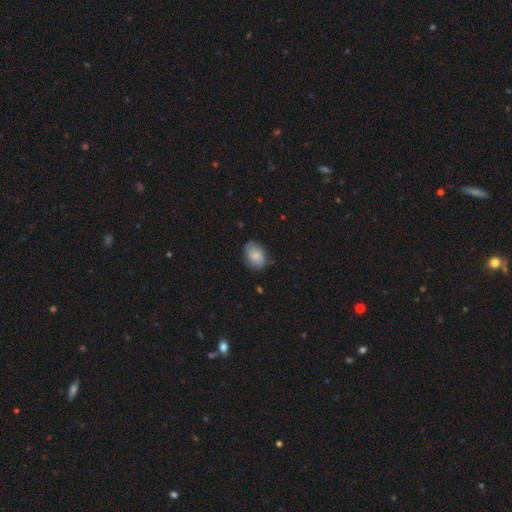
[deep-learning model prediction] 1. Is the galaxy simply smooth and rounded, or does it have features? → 69% smooth, 24% featured or disk, 7% star or artifact.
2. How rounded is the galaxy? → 73% in between, 26% round, 1% cigar-shaped.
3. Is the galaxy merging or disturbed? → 75% none, 20% minor disturbance, 4% major disturbance, 1% merger.